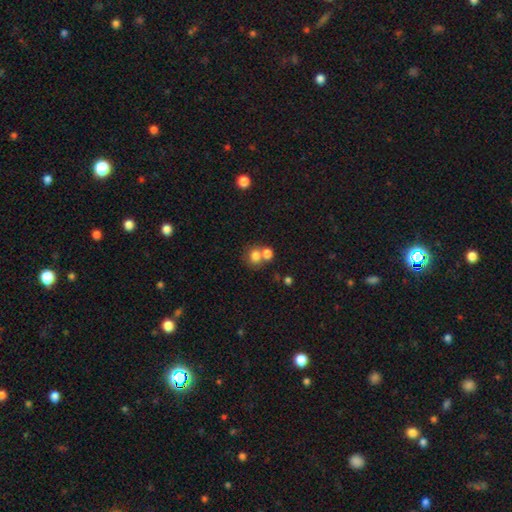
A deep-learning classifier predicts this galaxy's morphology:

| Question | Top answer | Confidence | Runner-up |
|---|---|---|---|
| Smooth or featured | smooth | 77% | star or artifact (11%) |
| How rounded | round | 72% | in between (27%) |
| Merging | merger | 47% | none (42%) |